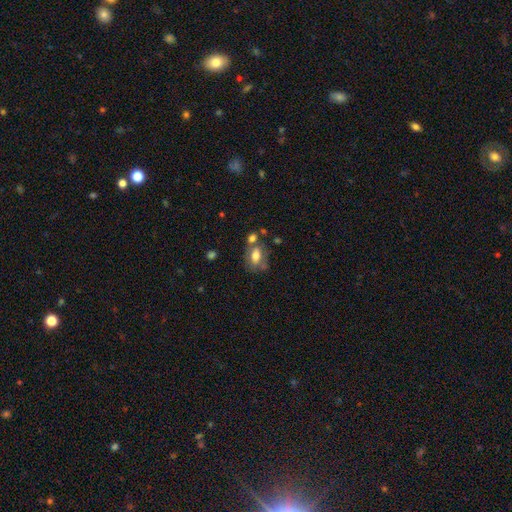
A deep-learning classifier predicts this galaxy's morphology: smooth_or_featured: smooth (p=0.69) [alt: featured or disk p=0.21]
how_rounded: in between (p=0.81) [alt: round p=0.17]
merging: none (p=0.48) [alt: merger p=0.25]